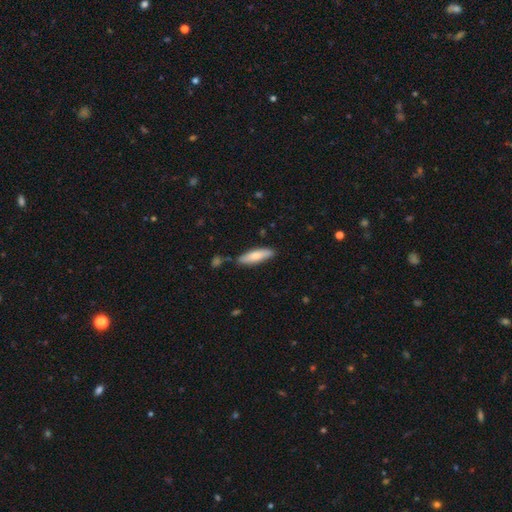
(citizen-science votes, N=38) Overall: smooth (74%). How rounded: cigar-shaped (61%; in between 39%). Merging: none (79%).